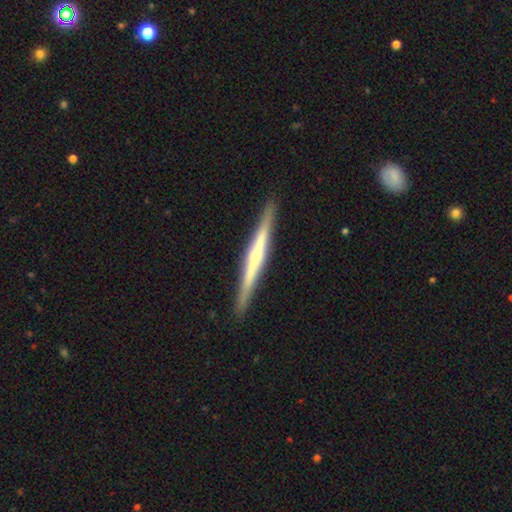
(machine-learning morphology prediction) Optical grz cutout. It shows a featured or disk galaxy (66%) viewed edge-on (97%) with no central bulge (50%). Merging: none (91%).